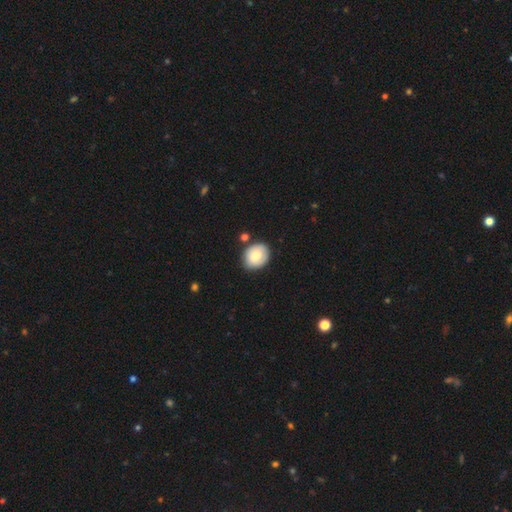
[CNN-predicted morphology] Smooth or featured? smooth (77%)
How rounded? round (53%)
Merging? none (75%)